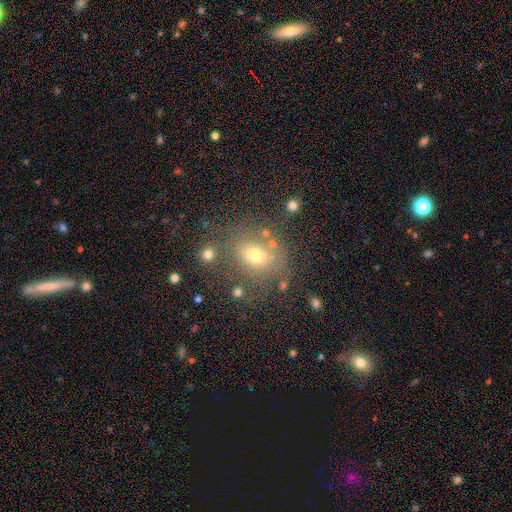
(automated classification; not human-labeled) Smooth or featured?
  - smooth: 64% *
  - star or artifact: 18%
  - featured or disk: 18%
How rounded?
  - round: 53% *
  - in between: 45%
  - cigar-shaped: 2%
Merging?
  - none: 67% *
  - minor disturbance: 15%
  - merger: 10%
  - major disturbance: 8%